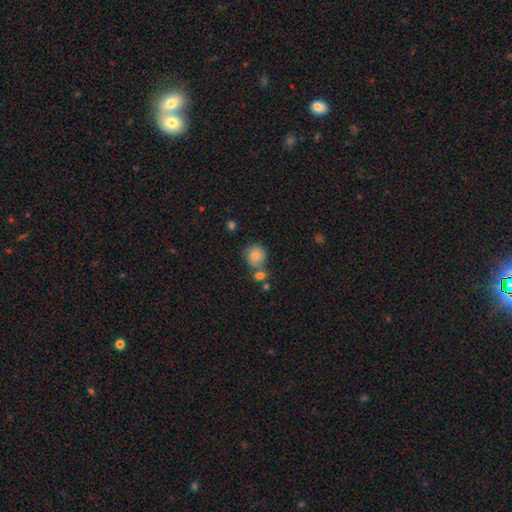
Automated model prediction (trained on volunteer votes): smooth-or-featured: smooth: 79% | featured or disk: 12% | star or artifact: 9%
  how-rounded: round: 82% | in between: 17% | cigar-shaped: 1%
  merging: none: 51% | merger: 27% | minor disturbance: 16% | major disturbance: 6%